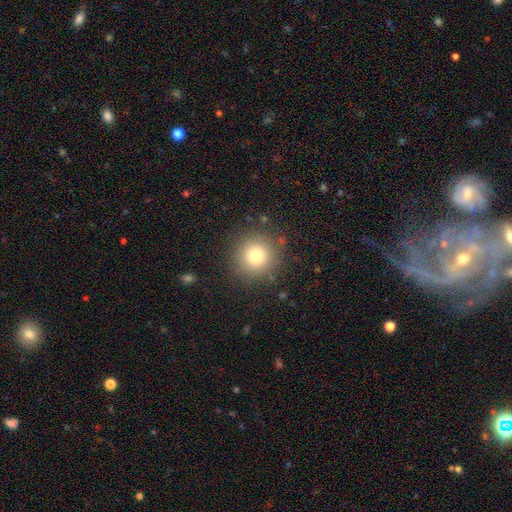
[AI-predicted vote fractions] Smooth or featured? Predicted: smooth (p=0.78). How rounded? Predicted: round (p=0.95). Merging? Predicted: none (p=0.88).